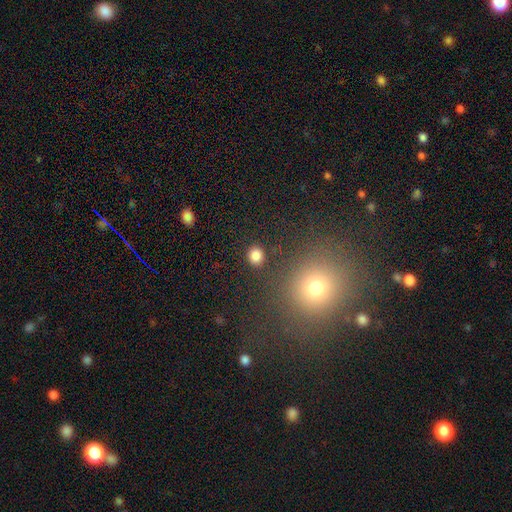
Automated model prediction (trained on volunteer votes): smooth_or_featured: smooth (p=0.84) [alt: star or artifact p=0.12]
how_rounded: round (p=0.77) [alt: in between p=0.22]
merging: none (p=0.87) [alt: minor disturbance p=0.07]